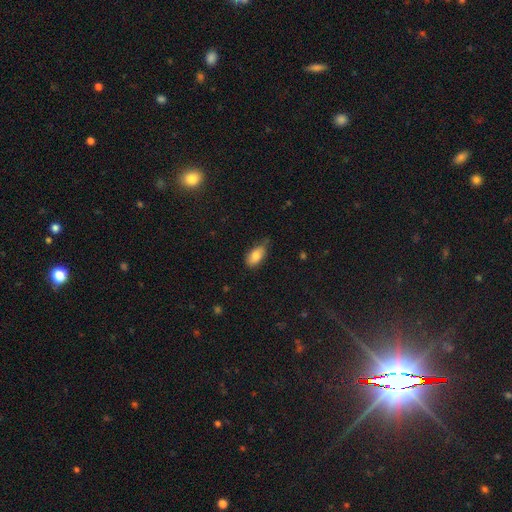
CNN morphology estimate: Smooth or featured? Predicted: smooth (p=0.79). How rounded? Predicted: in between (p=0.90). Merging? Predicted: none (p=0.60).